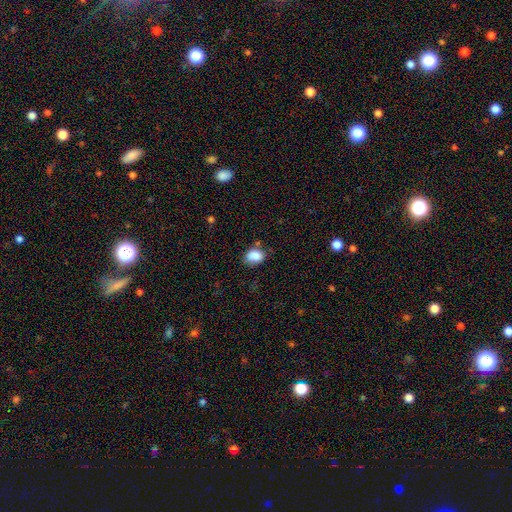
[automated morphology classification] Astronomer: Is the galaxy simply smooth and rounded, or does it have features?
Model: smooth — 84%.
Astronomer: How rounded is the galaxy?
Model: in between — 65%.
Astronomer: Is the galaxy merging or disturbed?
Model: none — 62%.